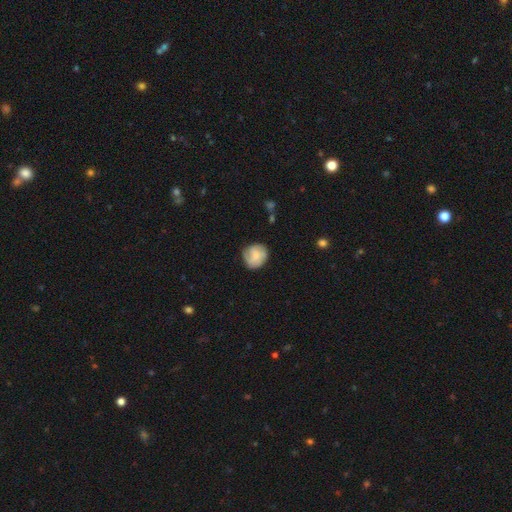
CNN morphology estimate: smooth_or_featured: smooth (p=0.57) [alt: featured or disk p=0.35]
how_rounded: round (p=0.79) [alt: in between p=0.20]
merging: none (p=0.74) [alt: minor disturbance p=0.19]